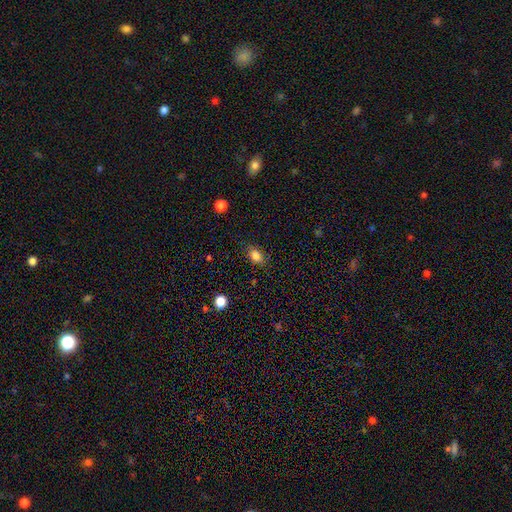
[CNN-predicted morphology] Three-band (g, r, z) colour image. It shows a smooth galaxy with no disk features (83%) that is in between round and cigar-shaped (75%). Merging: none (81%).